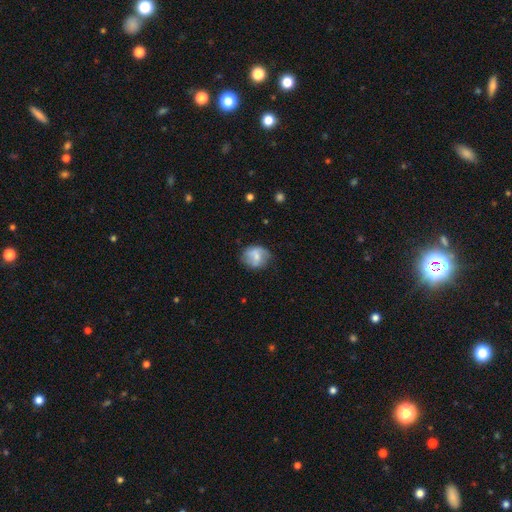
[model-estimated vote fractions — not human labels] A smooth galaxy with no disk features (52%) that is round (65%).

Vote fractions:
- Smooth or featured? smooth: 52% / featured or disk: 40% / star or artifact: 8%
- How rounded? round: 65% / in between: 34% / cigar-shaped: 1%
- Merging? none: 65% / minor disturbance: 24% / major disturbance: 8% / merger: 2%